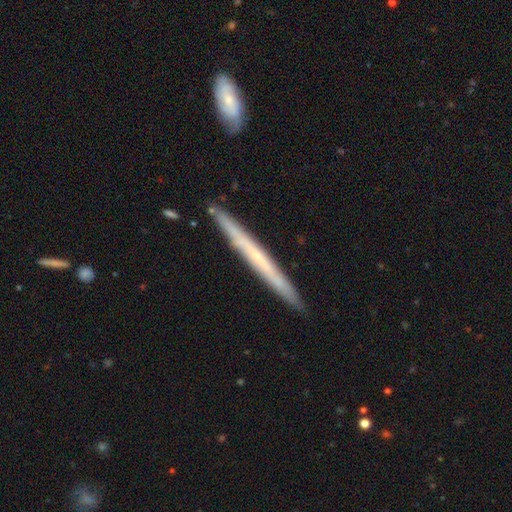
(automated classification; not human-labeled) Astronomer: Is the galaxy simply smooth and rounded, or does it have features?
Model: featured or disk — 55% (runner-up: smooth, 39%).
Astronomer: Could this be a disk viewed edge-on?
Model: yes — 95%.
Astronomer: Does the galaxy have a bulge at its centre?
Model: none — 86%.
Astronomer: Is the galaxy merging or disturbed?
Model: none — 90%.